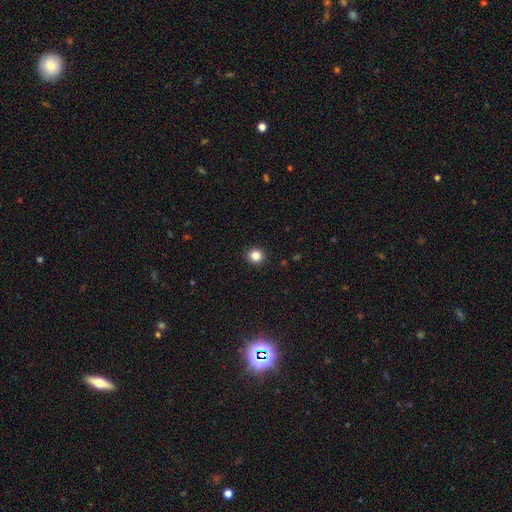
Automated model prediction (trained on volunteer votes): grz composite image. It shows a smooth galaxy with no disk features (84%) that is round (91%). Merging: none (93%).